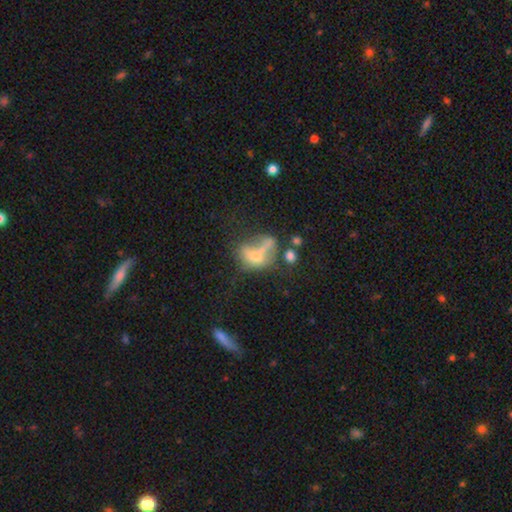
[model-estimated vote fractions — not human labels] smooth-or-featured: smooth: 47% | featured or disk: 37% | star or artifact: 15%
  merging: merger: 34% | major disturbance: 28% | none: 24% | minor disturbance: 15%